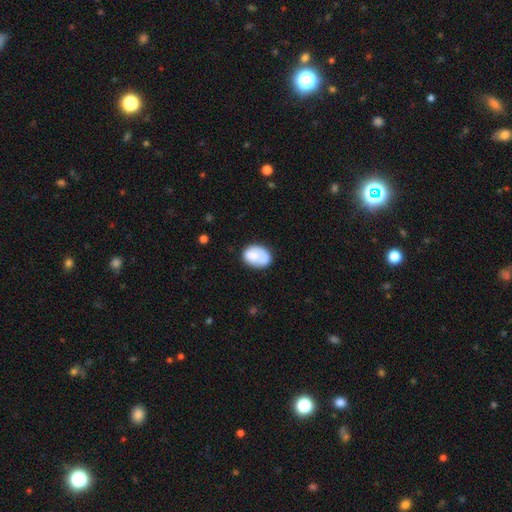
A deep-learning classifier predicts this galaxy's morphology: Smooth or featured: smooth — 74% (featured or disk — 19%)
How rounded: in between — 72% (round — 27%)
Merging: none — 64% (minor disturbance — 23%)